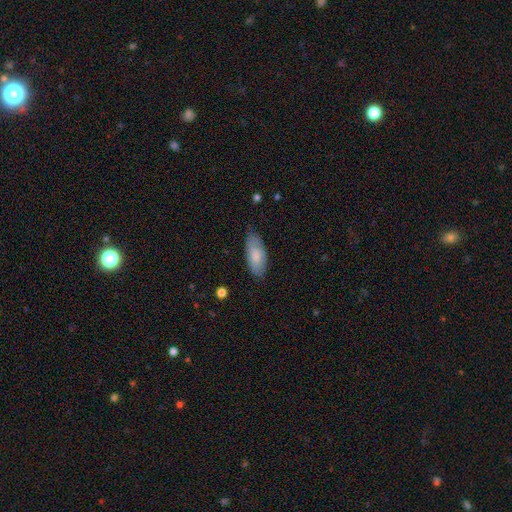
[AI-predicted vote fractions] A smooth galaxy with no disk features (77%) that is in between round and cigar-shaped (84%). Merging: none (75%).